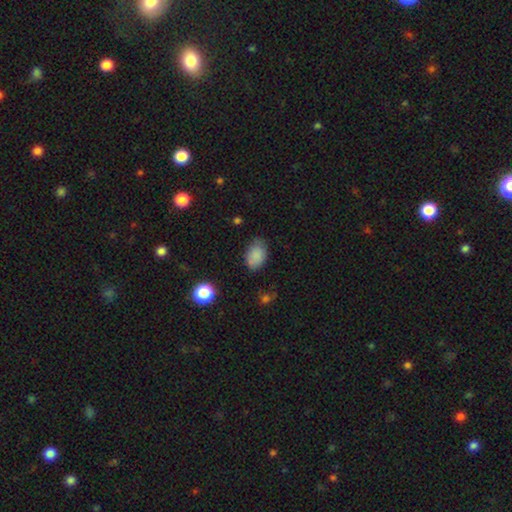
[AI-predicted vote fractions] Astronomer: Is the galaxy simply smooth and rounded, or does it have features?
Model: smooth — 83%.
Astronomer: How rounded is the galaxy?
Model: in between — 86%.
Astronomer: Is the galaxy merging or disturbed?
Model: none — 70%.